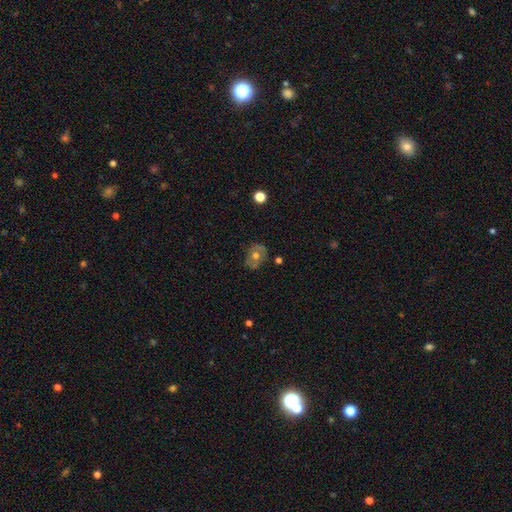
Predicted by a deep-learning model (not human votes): Morphology: type=featured or disk (46%); merging=none (73%).